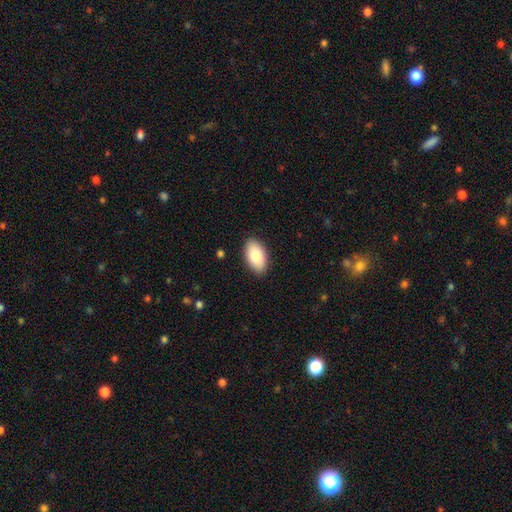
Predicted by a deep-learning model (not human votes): A smooth galaxy with no disk features (84%) that is in between round and cigar-shaped (95%). Merging: none (88%).